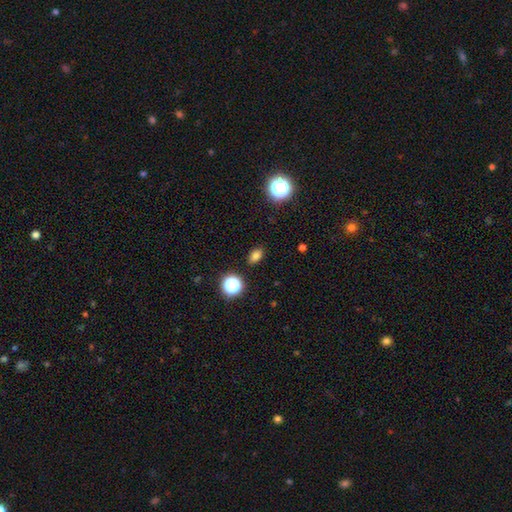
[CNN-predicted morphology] type=smooth (78%); roundness=in between (77%); merging=none (88%).